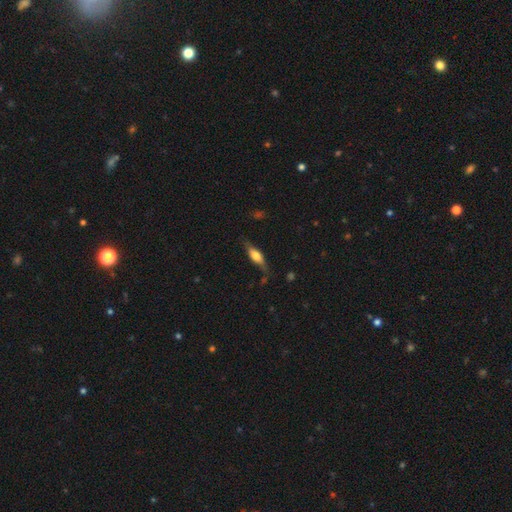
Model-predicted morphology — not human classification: Smooth or featured? Predicted: smooth (p=0.49). Merging? Predicted: none (p=0.68).